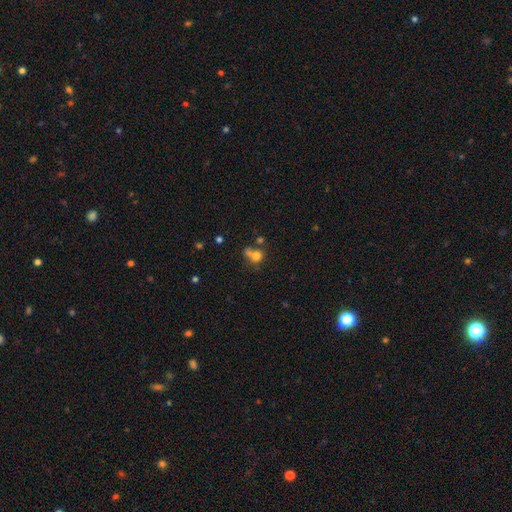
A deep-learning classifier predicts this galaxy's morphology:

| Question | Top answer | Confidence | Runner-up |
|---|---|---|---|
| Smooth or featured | smooth | 73% | star or artifact (14%) |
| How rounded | round | 74% | in between (24%) |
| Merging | none | 38% | tied: merger (38%) |